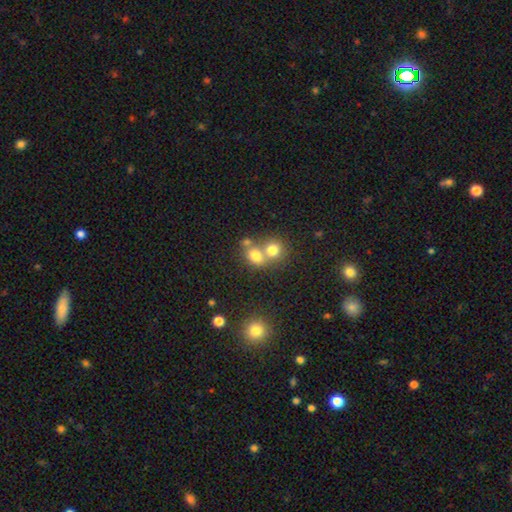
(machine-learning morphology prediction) Smooth or featured? smooth (74%)
How rounded? round (64%)
Merging? merger (55%)